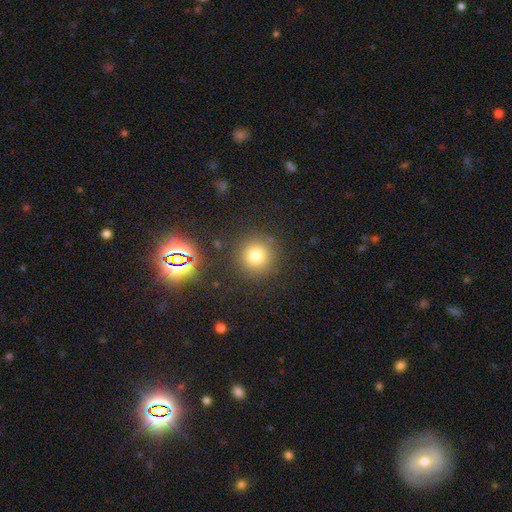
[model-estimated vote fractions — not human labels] Smooth or featured? smooth (75%)
How rounded? round (94%)
Merging? none (86%)